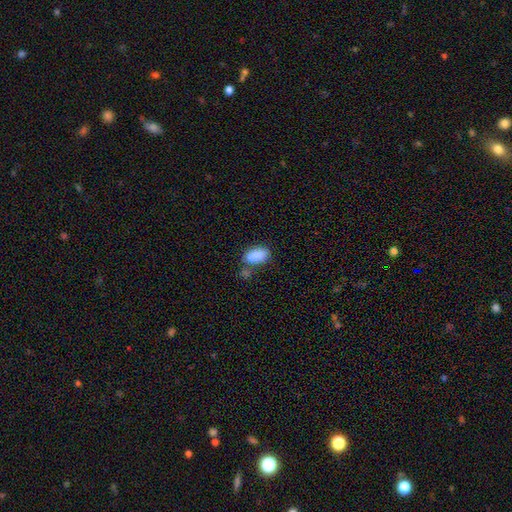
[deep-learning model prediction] smooth 87%, star or artifact 8%, featured or disk 5%. Down the decision tree: how rounded — in between (92%); merging — none (53%).